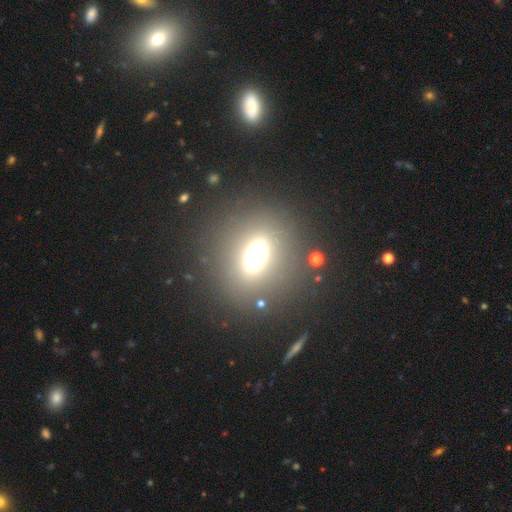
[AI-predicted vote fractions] Smooth or featured: smooth — 52% (star or artifact — 30%)
How rounded: round — 56% (in between — 41%)
Merging: none — 81% (minor disturbance — 9%)